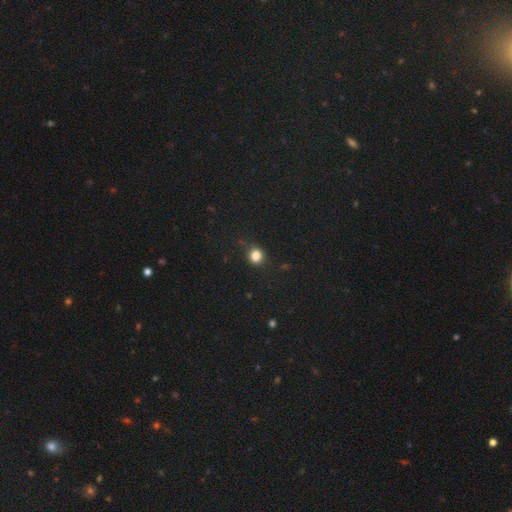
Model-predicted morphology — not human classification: The model was most divided on "how rounded": round: 76%, in between: 23%, cigar-shaped: 1%. More confident: smooth or featured — smooth (81%); merging — none (81%).